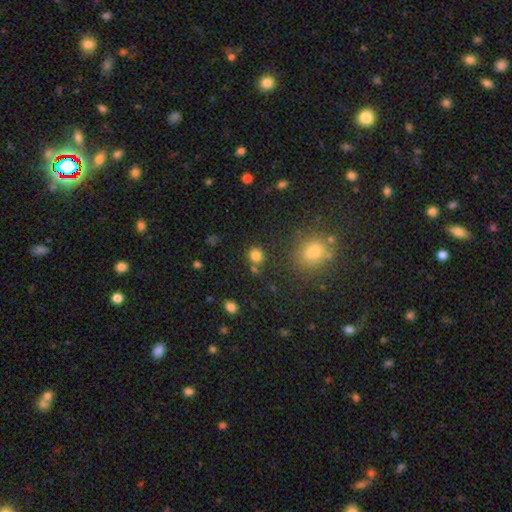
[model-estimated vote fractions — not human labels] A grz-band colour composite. It shows a smooth galaxy with no disk features (80%) that is round (86%). Merging: none (77%).